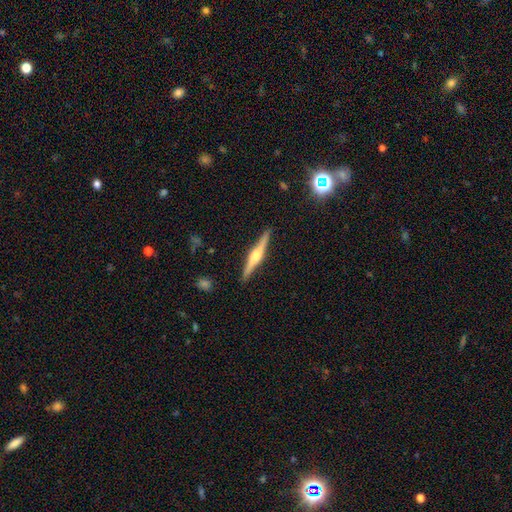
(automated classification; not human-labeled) Smooth or featured? Predicted: featured or disk (p=0.79). Edge-on disk? Predicted: yes (p=0.98). Edge-on bulge? Predicted: rounded (p=0.93). Merging? Predicted: none (p=0.91).